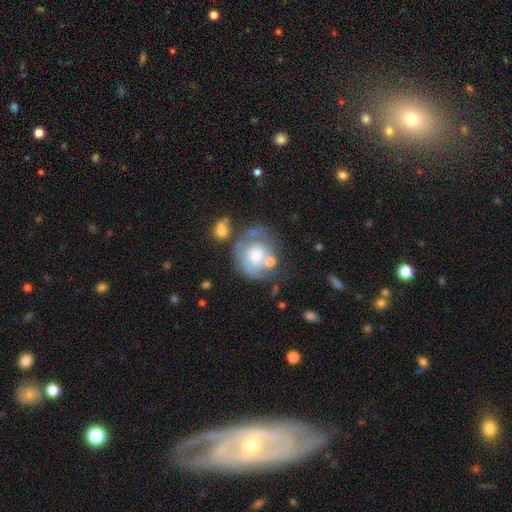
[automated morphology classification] A featured or disk galaxy (53%) with no bar (84%), no spiral arms (59%) and a moderate central bulge (52%).

Vote fractions:
- Smooth or featured? featured or disk: 53% / smooth: 38% / star or artifact: 8%
- Edge-on disk? no: 97% / yes: 3%
- Bar? no: 84% / weak: 13% / strong: 3%
- Spiral arms? no: 59% / yes: 41%
- Bulge size? moderate: 52% / large: 23% / small: 17% / none: 5% / dominant: 3%
- Merging? none: 46% / minor disturbance: 22% / major disturbance: 17% / merger: 15%